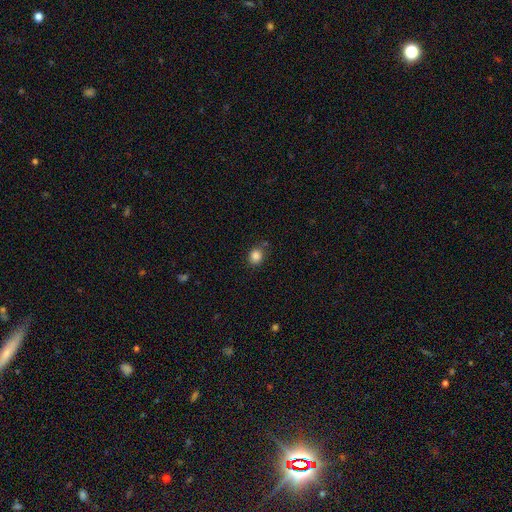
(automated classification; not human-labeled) smooth 85%, star or artifact 10%, featured or disk 4%. Down the decision tree: how rounded — round (67%); merging — none (78%).